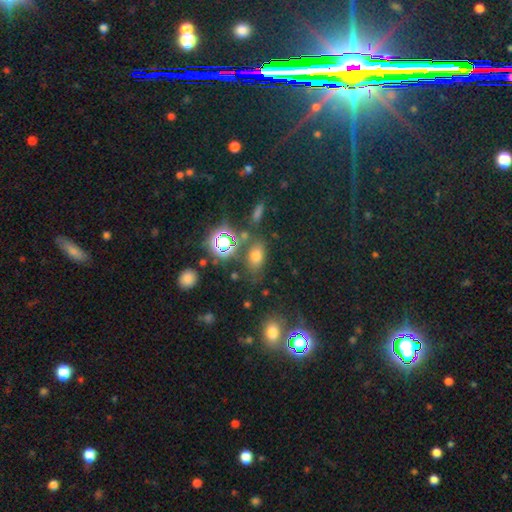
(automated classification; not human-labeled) Morphology: type=smooth (61%); roundness=in between (79%); merging=none (71%).